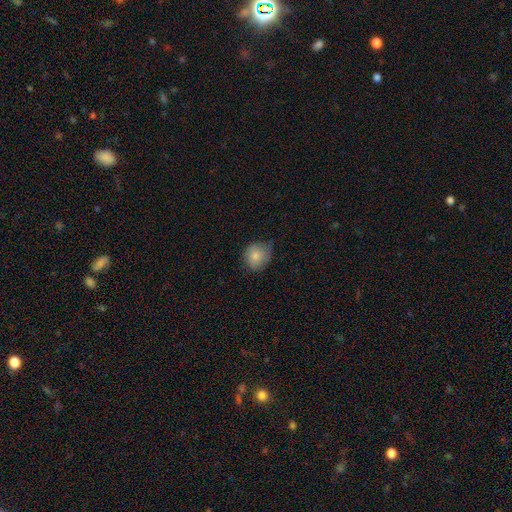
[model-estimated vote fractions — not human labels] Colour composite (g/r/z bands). It shows a smooth galaxy with no disk features (81%) that is round (70%). Merging: none (56%).